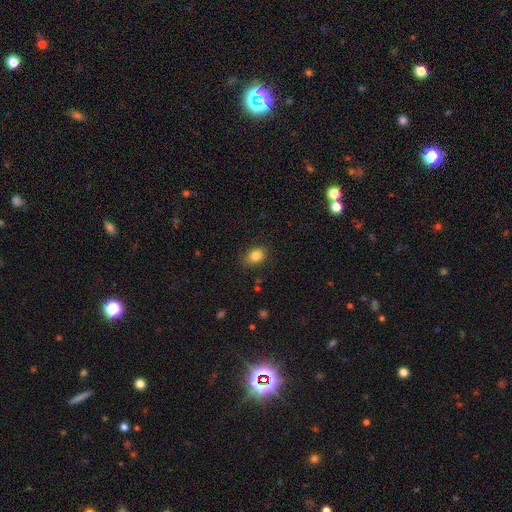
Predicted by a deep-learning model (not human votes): Overall: smooth (84%). How rounded: in between (64%; round 35%). Merging: none (82%).